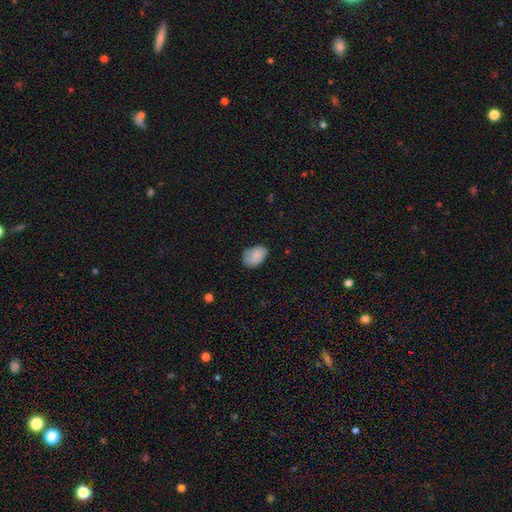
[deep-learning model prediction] A smooth galaxy with no disk features (84%) that is in between round and cigar-shaped (83%).

Vote fractions:
- Smooth or featured? smooth: 84% / featured or disk: 9% / star or artifact: 7%
- How rounded? in between: 83% / round: 15% / cigar-shaped: 1%
- Merging? none: 67% / minor disturbance: 26% / major disturbance: 6% / merger: 2%